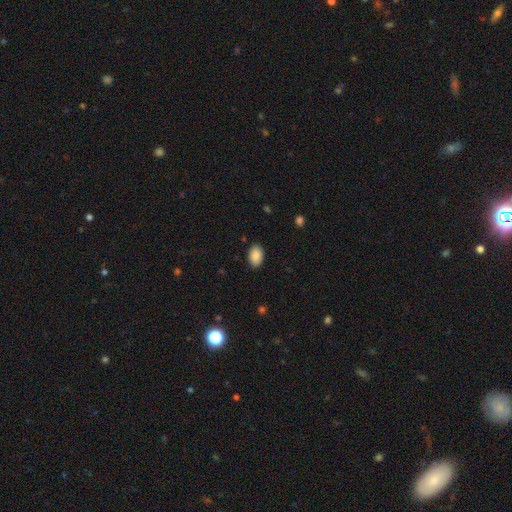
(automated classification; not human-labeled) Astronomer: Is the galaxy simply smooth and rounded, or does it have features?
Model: smooth — 88%.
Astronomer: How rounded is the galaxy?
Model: in between — 89%.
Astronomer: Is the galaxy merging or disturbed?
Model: none — 88%.